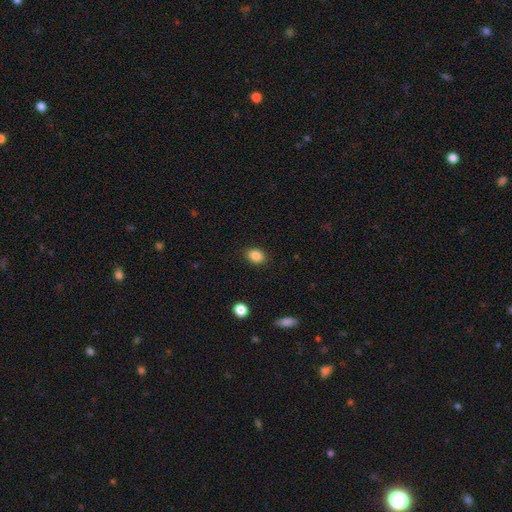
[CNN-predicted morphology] This appears to be a smooth galaxy with no disk features (87%) that is in between round and cigar-shaped (69%). Merging: none (88%).